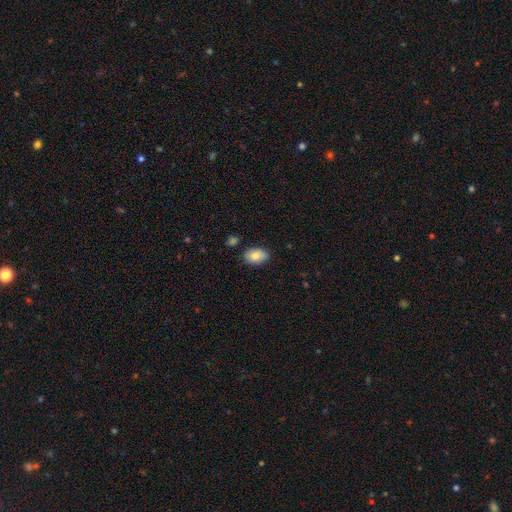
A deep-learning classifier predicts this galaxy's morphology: smooth-or-featured: smooth: 83% | featured or disk: 10% | star or artifact: 7%
  how-rounded: in between: 88% | round: 10% | cigar-shaped: 1%
  merging: none: 82% | minor disturbance: 13% | merger: 3% | major disturbance: 2%